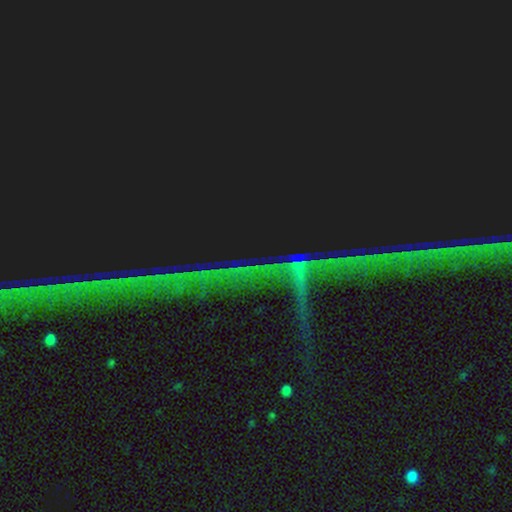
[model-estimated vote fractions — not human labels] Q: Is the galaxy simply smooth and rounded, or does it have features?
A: star or artifact — 83%.